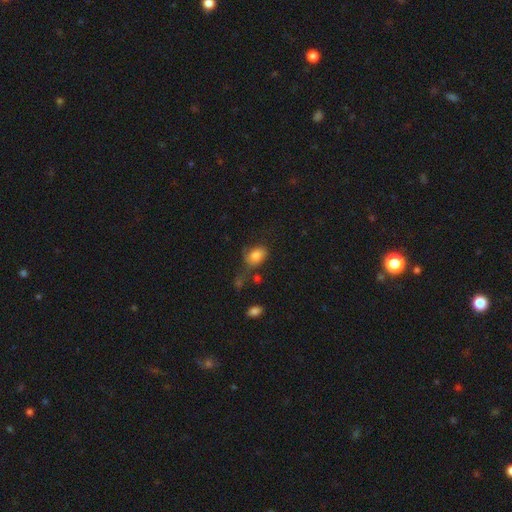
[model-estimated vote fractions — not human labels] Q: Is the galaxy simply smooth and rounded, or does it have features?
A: smooth — 81%.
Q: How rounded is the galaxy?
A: in between — 75%.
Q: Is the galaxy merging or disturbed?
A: none — 47%.